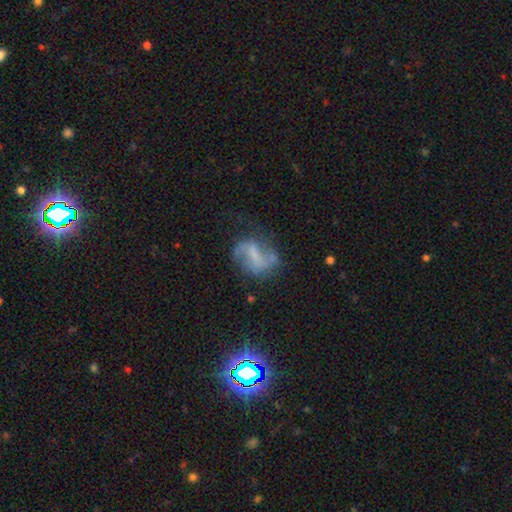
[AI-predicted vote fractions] Smooth or featured: featured or disk — 69% (smooth — 19%)
Edge-on disk: no — 97% (yes — 3%)
Bar: weak — 42% (strong — 29%)
Spiral arms: yes — 80% (no — 20%)
Spiral winding: loose — 62% (medium — 30%)
Spiral arm count: 2 — 82% (can't tell — 8%)
Bulge size: none — 57% (small — 24%)
Merging: none — 55% (minor disturbance — 22%)